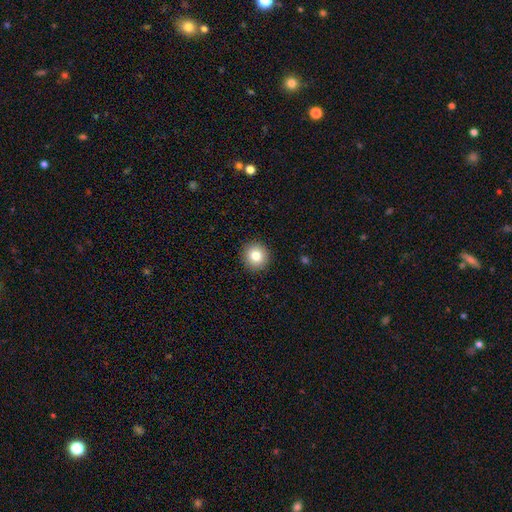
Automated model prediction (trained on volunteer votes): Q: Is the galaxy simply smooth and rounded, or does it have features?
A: smooth — 80%.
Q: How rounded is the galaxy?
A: round — 93%.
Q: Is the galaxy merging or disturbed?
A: none — 92%.